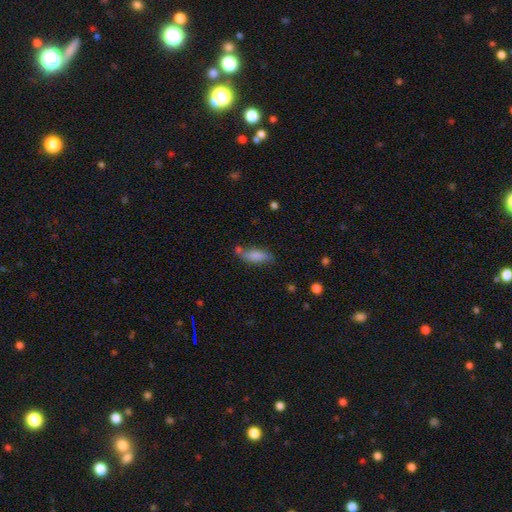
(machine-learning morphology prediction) smooth 80%, featured or disk 13%, star or artifact 7%. Down the decision tree: how rounded — in between (62%); merging — none (64%).